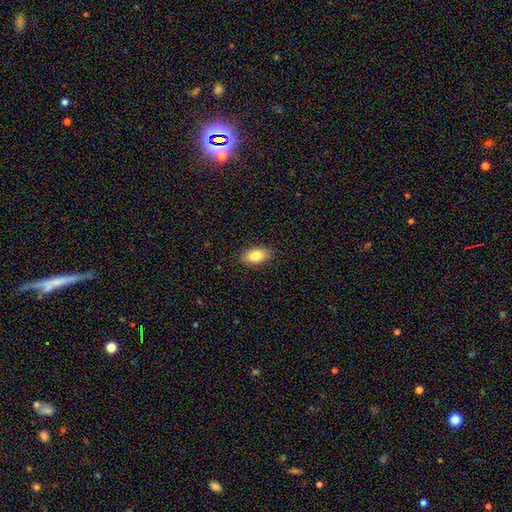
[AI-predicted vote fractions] Morphology: type=smooth (84%); roundness=in between (91%); merging=none (87%).